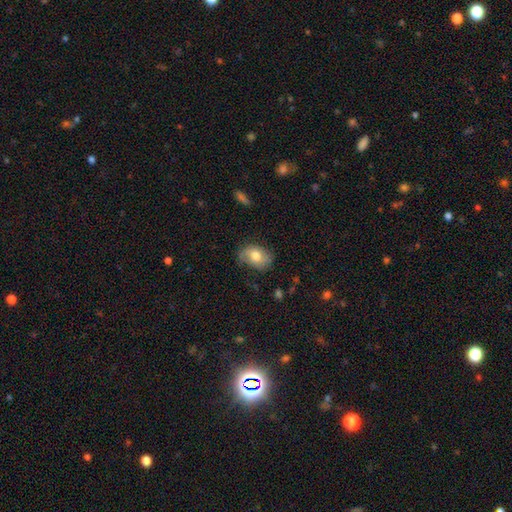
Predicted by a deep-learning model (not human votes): The model was most divided on "merging": none: 66%, minor disturbance: 26%, major disturbance: 7%, merger: 1%. More confident: how rounded — in between (78%); smooth or featured — smooth (70%).